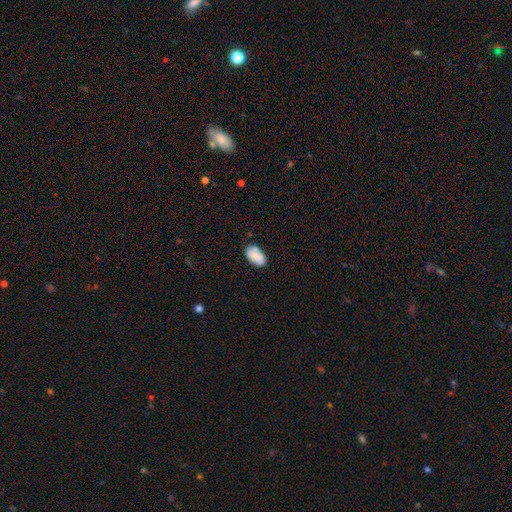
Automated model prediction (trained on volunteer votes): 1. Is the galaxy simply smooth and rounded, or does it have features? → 83% smooth, 9% featured or disk, 7% star or artifact.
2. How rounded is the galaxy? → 94% in between, 5% round, 2% cigar-shaped.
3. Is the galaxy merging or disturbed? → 75% none, 18% minor disturbance, 4% major disturbance, 3% merger.